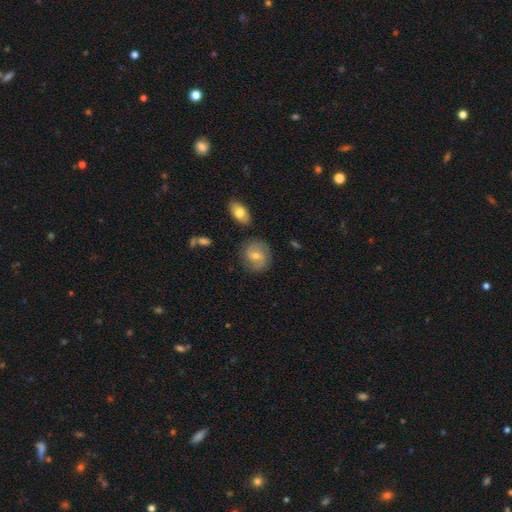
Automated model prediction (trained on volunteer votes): Morphology: type=featured or disk (50%); edge-on=no (96%); merging=none (81%).